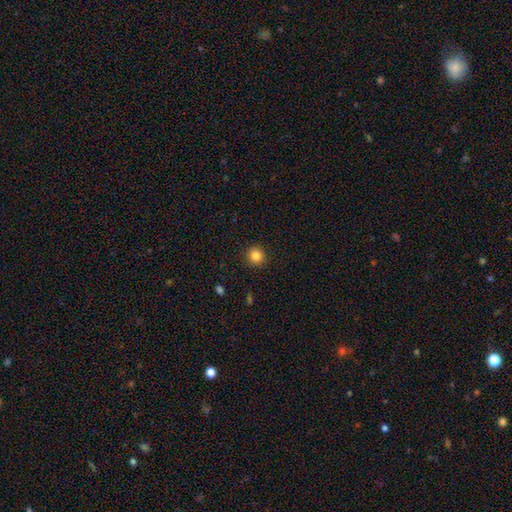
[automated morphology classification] smooth 84%, star or artifact 11%, featured or disk 5%. Down the decision tree: how rounded — round (92%); merging — none (91%).